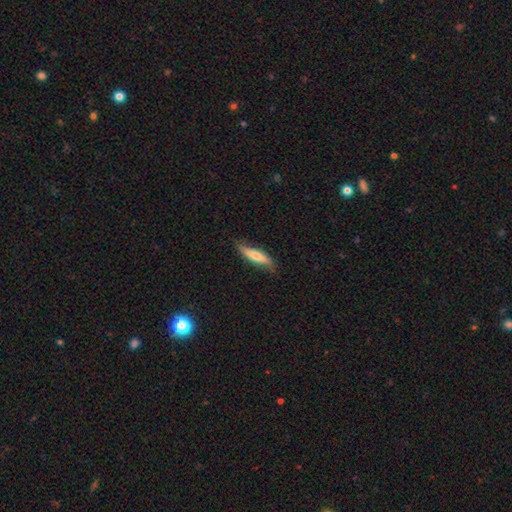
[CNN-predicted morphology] A smooth galaxy with no disk features (58%) that is cigar-shaped (74%). Merging: none (73%).